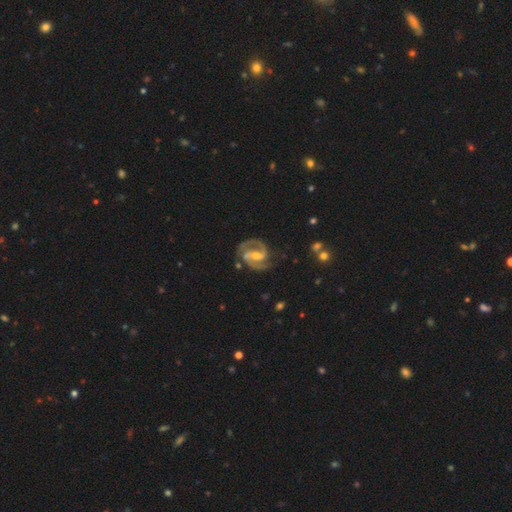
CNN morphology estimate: type=featured or disk (92%); edge-on=no (98%); bar=weak (46%); spiral arms=yes (98%); winding=medium (61%); arm count=2 (92%); bulge=moderate (48%); merging=none (76%).